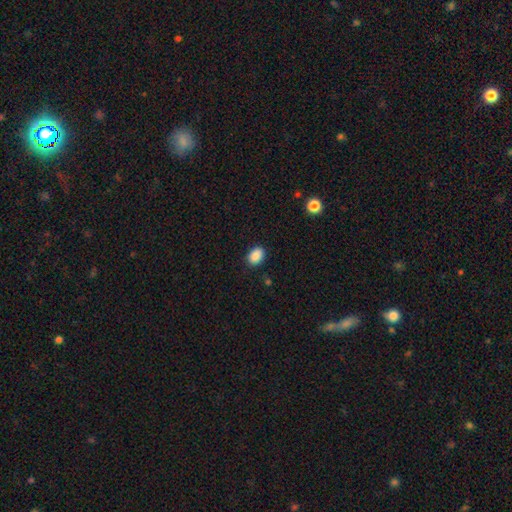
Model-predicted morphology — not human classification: Q: Smooth or featured?
A: smooth (89%); runner-up: star or artifact (8%)
Q: How rounded?
A: in between (76%); runner-up: round (23%)
Q: Merging?
A: none (86%); runner-up: minor disturbance (10%)